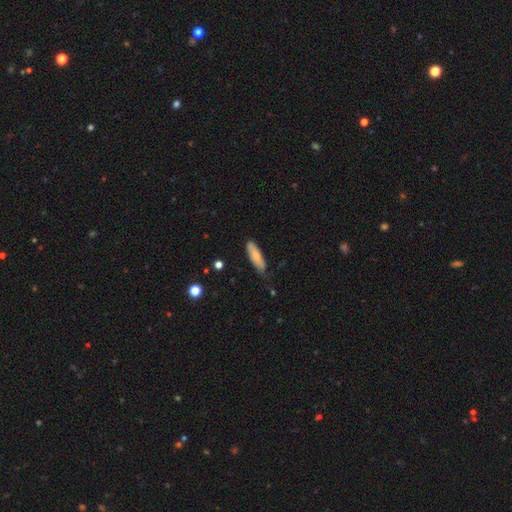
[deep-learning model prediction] Morphology: type=smooth (79%); roundness=cigar-shaped (56%); merging=none (74%).